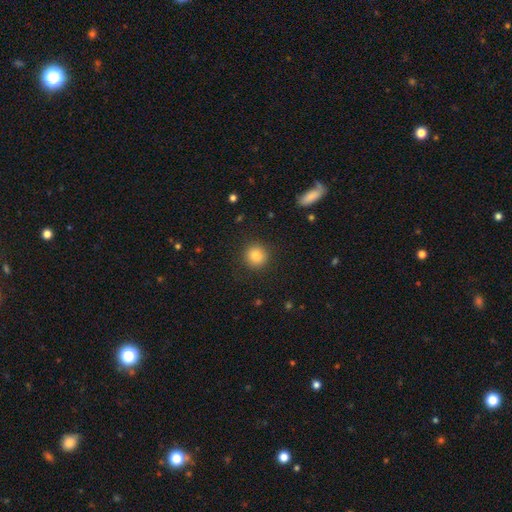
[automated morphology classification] Smooth or featured? Predicted: smooth (p=0.84). How rounded? Predicted: round (p=0.92). Merging? Predicted: none (p=0.89).